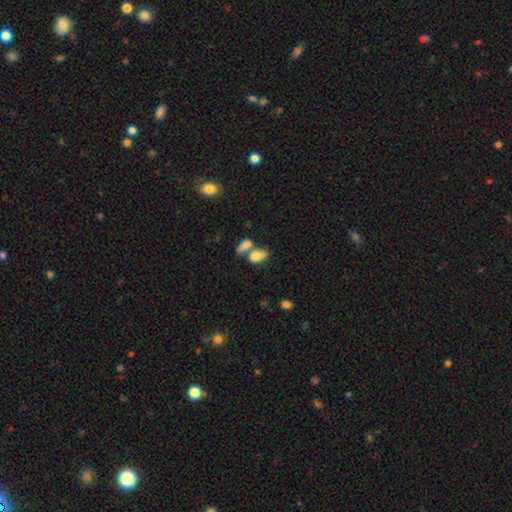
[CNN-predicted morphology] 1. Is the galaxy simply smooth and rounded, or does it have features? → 80% smooth, 12% featured or disk, 8% star or artifact.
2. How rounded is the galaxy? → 87% in between, 10% round, 3% cigar-shaped.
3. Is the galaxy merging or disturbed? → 50% merger, 34% none, 11% minor disturbance, 5% major disturbance.